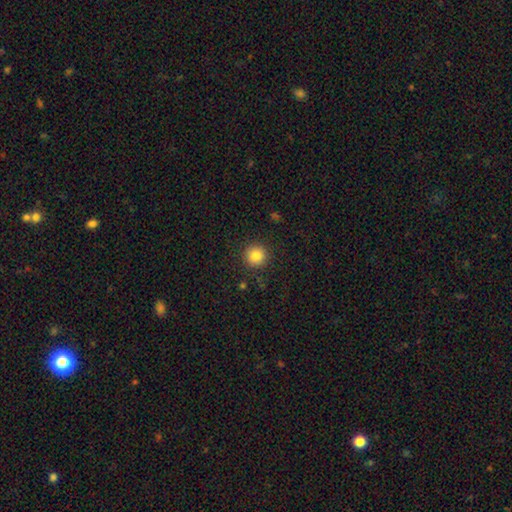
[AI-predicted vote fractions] smooth-or-featured: smooth: 85% | star or artifact: 10% | featured or disk: 5%
  how-rounded: round: 94% | in between: 5% | cigar-shaped: 1%
  merging: none: 91% | minor disturbance: 6% | major disturbance: 2% | merger: 1%